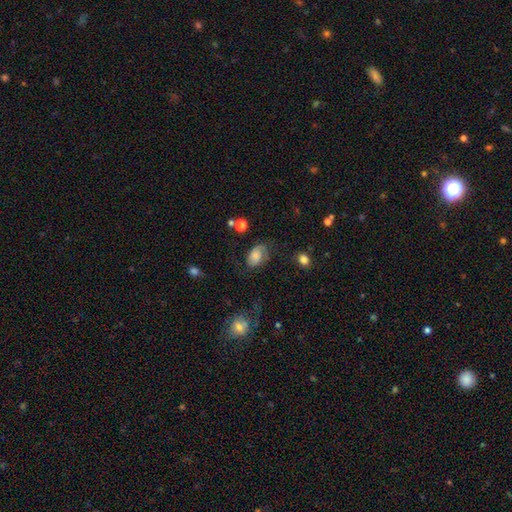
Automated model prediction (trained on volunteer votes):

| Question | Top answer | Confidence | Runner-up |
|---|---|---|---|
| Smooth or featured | smooth | 57% | featured or disk (33%) |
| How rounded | in between | 85% | round (13%) |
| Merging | none | 55% | minor disturbance (27%) |